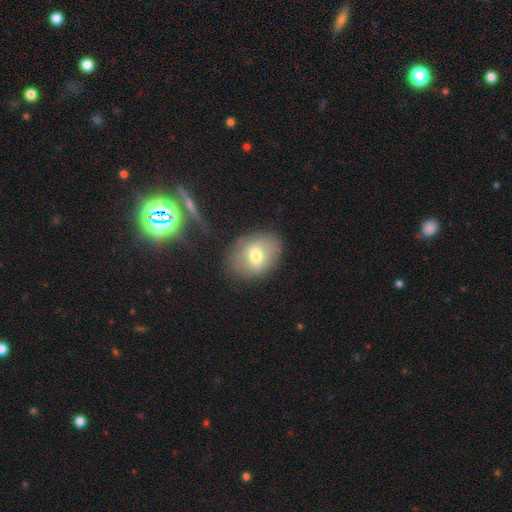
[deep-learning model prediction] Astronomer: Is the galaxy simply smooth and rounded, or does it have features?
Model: smooth — 64%.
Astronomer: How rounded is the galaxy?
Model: in between — 63%.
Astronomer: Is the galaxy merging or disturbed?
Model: none — 76%.